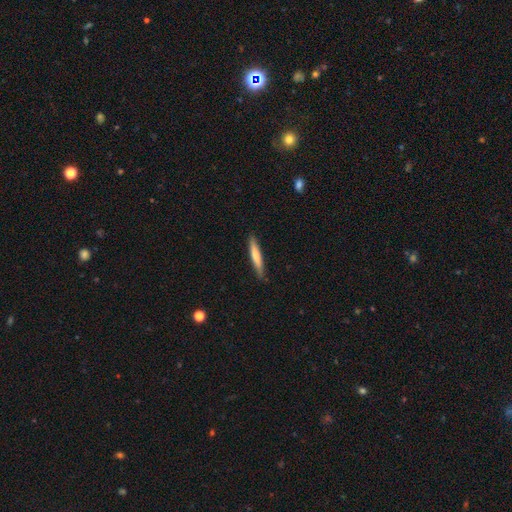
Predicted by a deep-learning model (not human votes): This is likely a smooth galaxy (70%). How rounded: clearly cigar-shaped (93%). Merging: clearly none (87%).